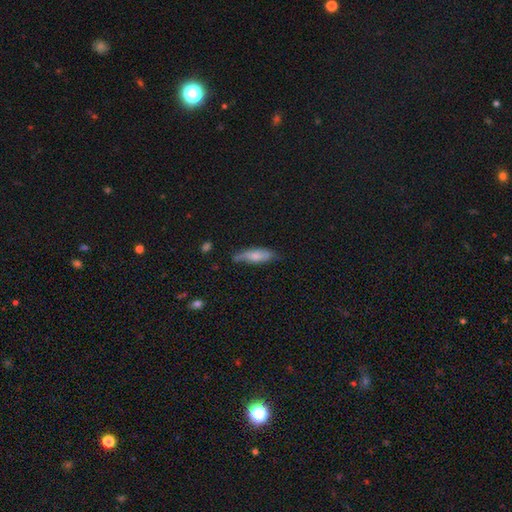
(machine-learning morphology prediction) This is likely a smooth galaxy (70%). How rounded: possibly cigar-shaped (51%). Merging: likely none (62%).